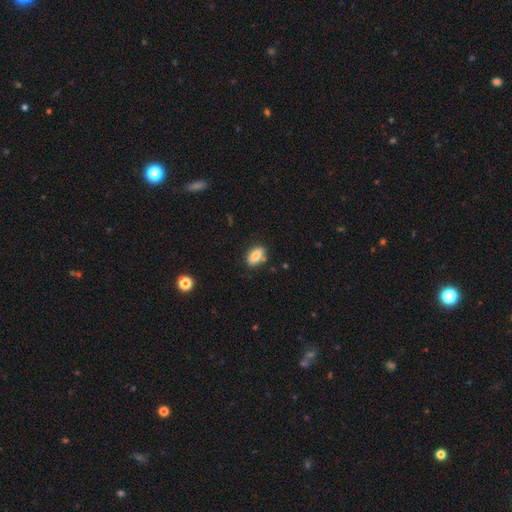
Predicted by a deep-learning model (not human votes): This appears to be a smooth galaxy with no disk features (80%) that is in between round and cigar-shaped (87%). Merging: none (79%).